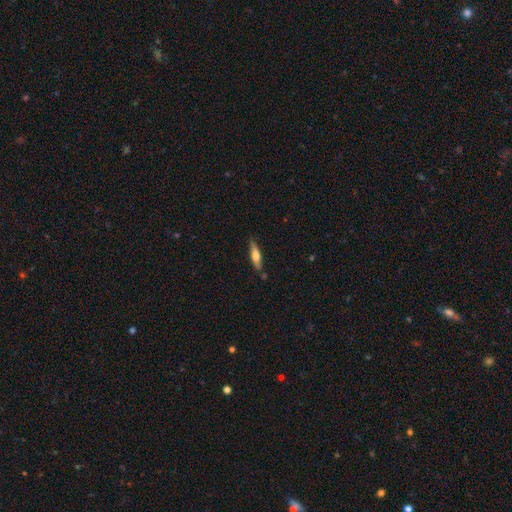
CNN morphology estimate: Q: Smooth or featured?
A: smooth (56%); runner-up: featured or disk (38%)
Q: How rounded?
A: cigar-shaped (70%); runner-up: in between (27%)
Q: Merging?
A: none (77%); runner-up: minor disturbance (17%)